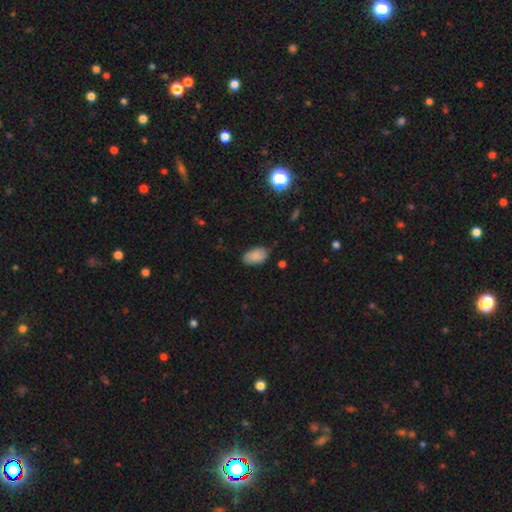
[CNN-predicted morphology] Smooth or featured? Predicted: smooth (p=0.86). How rounded? Predicted: in between (p=0.93). Merging? Predicted: none (p=0.78).